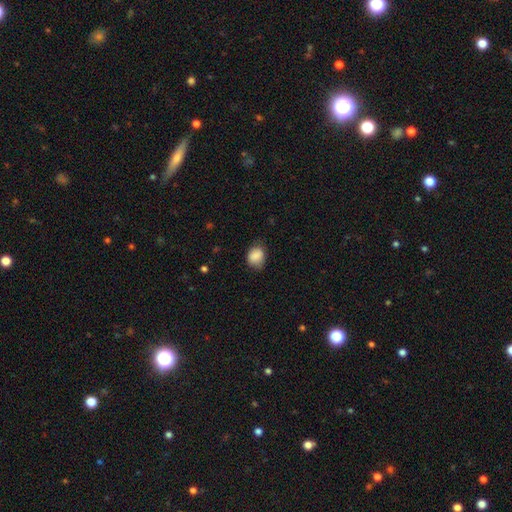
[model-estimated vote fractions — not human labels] A smooth galaxy with no disk features (86%) that is in between round and cigar-shaped (52%). Merging: none (64%).